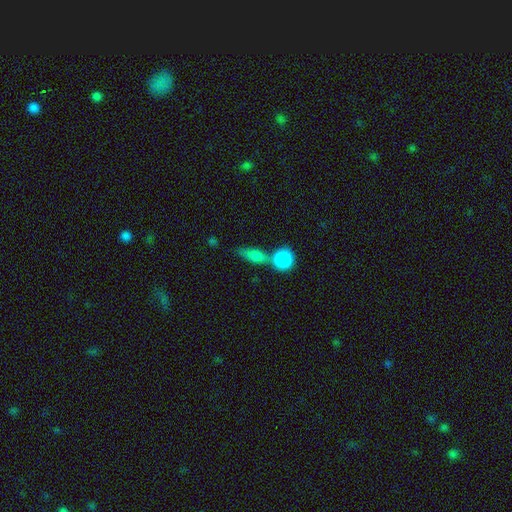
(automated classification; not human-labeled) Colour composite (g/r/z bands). It shows a smooth galaxy with no disk features (77%) that is in between round and cigar-shaped (53%). Merging: merger (45%).